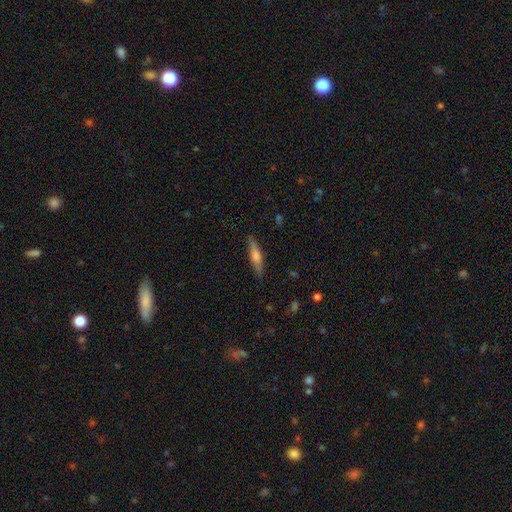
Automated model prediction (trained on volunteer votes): Q: Smooth or featured?
A: featured or disk (52%); runner-up: smooth (41%)
Q: Edge-on disk?
A: yes (94%); runner-up: no (6%)
Q: Merging?
A: none (88%); runner-up: minor disturbance (9%)